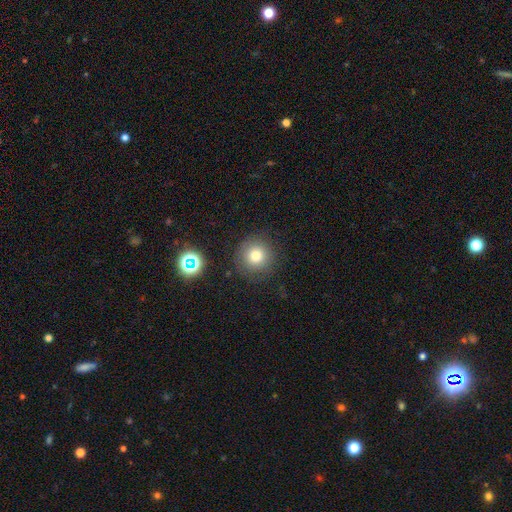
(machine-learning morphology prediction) Smooth or featured?
  - smooth: 76% *
  - star or artifact: 14%
  - featured or disk: 10%
How rounded?
  - round: 95% *
  - in between: 5%
  - cigar-shaped: 1%
Merging?
  - none: 85% *
  - minor disturbance: 9%
  - major disturbance: 4%
  - merger: 2%